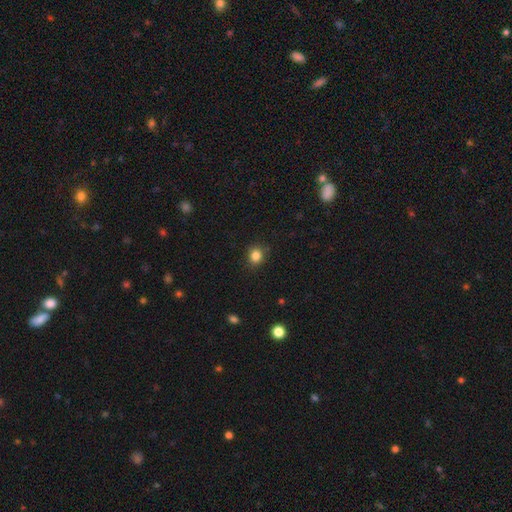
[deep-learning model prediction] Smooth or featured? smooth (84%)
How rounded? round (79%)
Merging? none (87%)